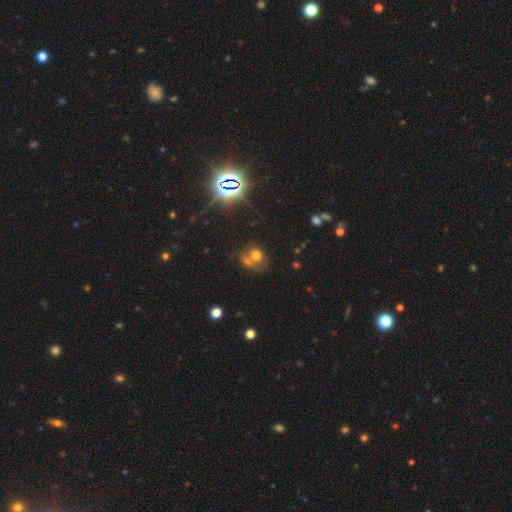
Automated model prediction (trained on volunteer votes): Overall: smooth (61%; star or artifact 22%). How rounded: round (63%; in between 36%). Merging: merger (51%; none 34%).